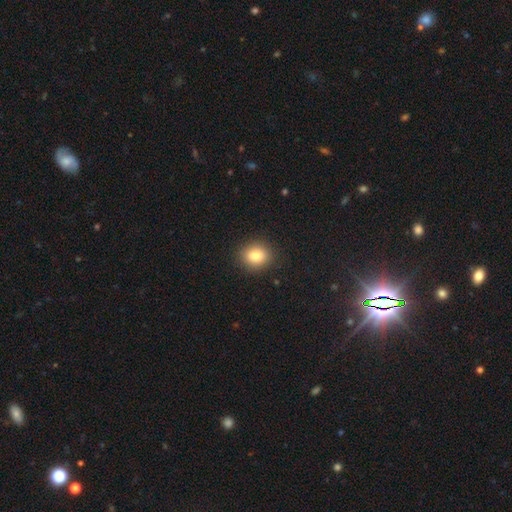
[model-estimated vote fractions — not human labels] smooth-or-featured: smooth: 82% | star or artifact: 10% | featured or disk: 8%
  how-rounded: round: 72% | in between: 27% | cigar-shaped: 1%
  merging: none: 90% | minor disturbance: 7% | major disturbance: 2% | merger: 1%